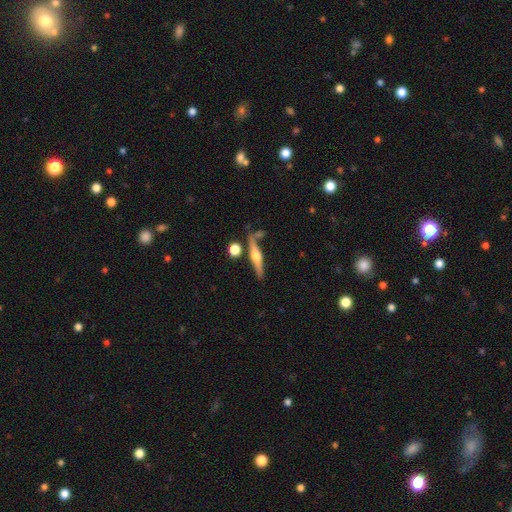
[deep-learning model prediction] This appears to be a featured or disk galaxy (71%) viewed edge-on (95%) with a rounded central bulge (93%). Merging: none (75%).